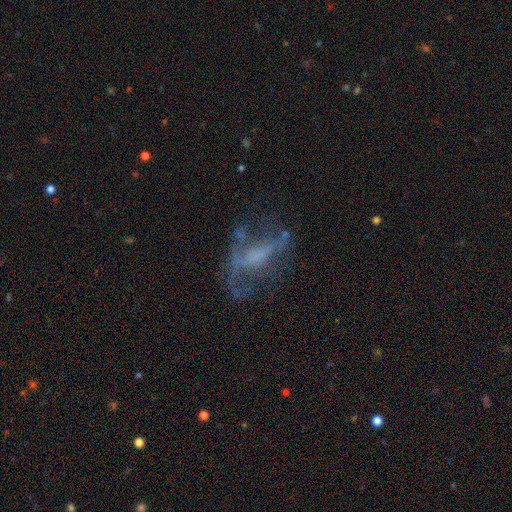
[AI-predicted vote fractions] Overall: featured or disk (65%). Edge-on disk: no (85%). Bar: no (46%; weak 30%). Spiral arms: no (54%; yes 46%). Bulge size: none (49%; small 23%). Merging: none (45%; major disturbance 32%).